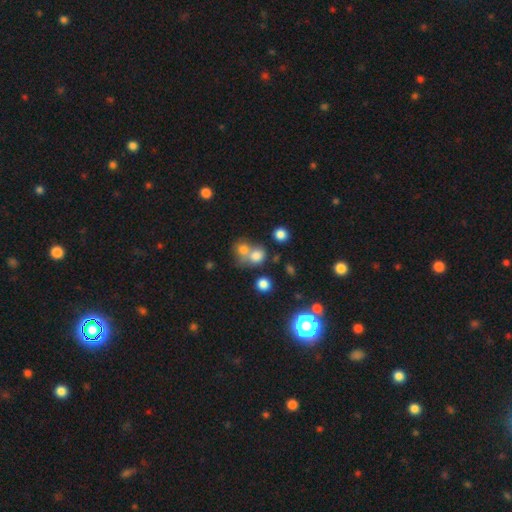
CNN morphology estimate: Smooth or featured?
  - smooth: 74% *
  - star or artifact: 15%
  - featured or disk: 11%
How rounded?
  - round: 75% *
  - in between: 24%
  - cigar-shaped: 1%
Merging?
  - merger: 48% *
  - none: 40%
  - minor disturbance: 8%
  - major disturbance: 4%